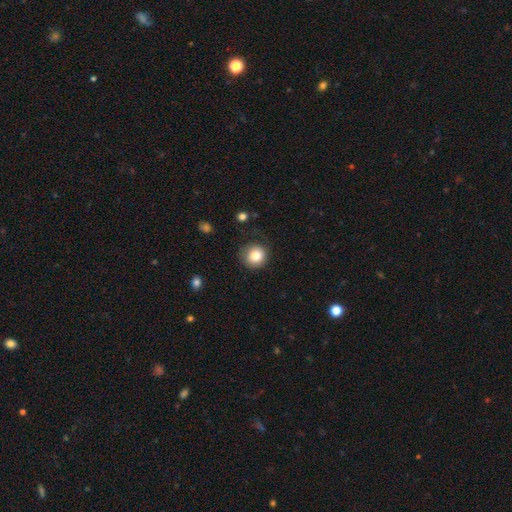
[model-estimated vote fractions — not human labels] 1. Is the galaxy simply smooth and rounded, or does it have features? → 84% smooth, 9% star or artifact, 6% featured or disk.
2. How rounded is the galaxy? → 89% round, 10% in between, 1% cigar-shaped.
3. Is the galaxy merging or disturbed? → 76% none, 17% minor disturbance, 6% major disturbance, 1% merger.